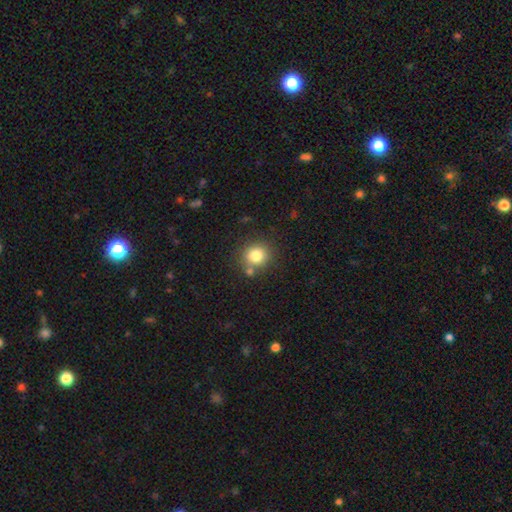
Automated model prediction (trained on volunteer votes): Q: Smooth or featured?
A: smooth (80%); runner-up: star or artifact (11%)
Q: How rounded?
A: round (86%); runner-up: in between (13%)
Q: Merging?
A: none (74%); runner-up: merger (12%)